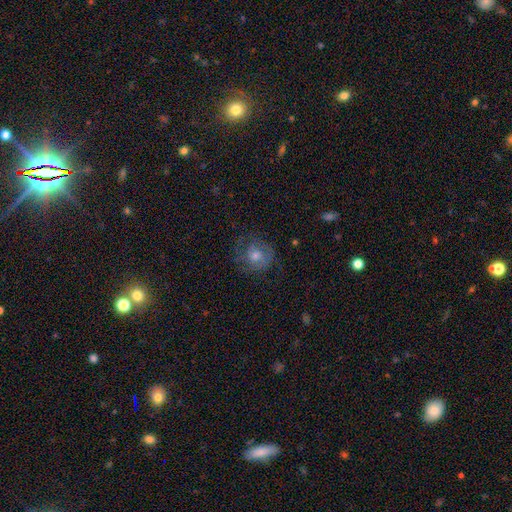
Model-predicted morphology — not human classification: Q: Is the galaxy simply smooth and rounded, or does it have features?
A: featured or disk — 45%.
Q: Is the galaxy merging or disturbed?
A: none — 68%.